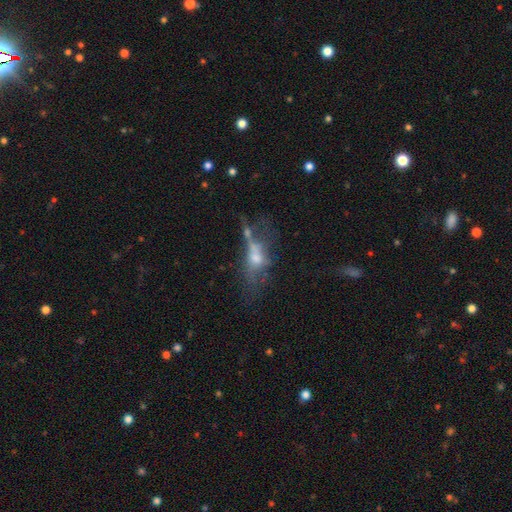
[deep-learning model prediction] A featured or disk galaxy (51%). Merging: major disturbance (34%).